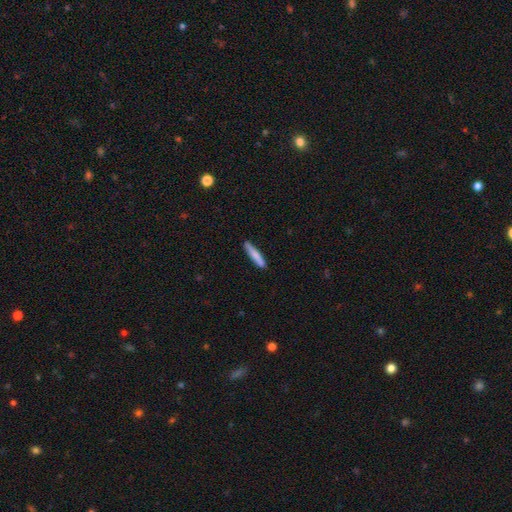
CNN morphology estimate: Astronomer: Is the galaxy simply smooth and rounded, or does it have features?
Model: smooth — 77%.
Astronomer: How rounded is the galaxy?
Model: cigar-shaped — 92%.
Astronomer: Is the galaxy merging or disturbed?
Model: none — 85%.